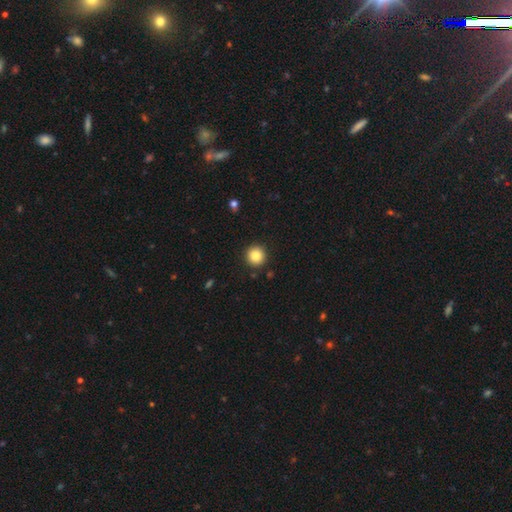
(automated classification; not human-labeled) A smooth galaxy with no disk features (85%) that is round (95%). Merging: none (91%).